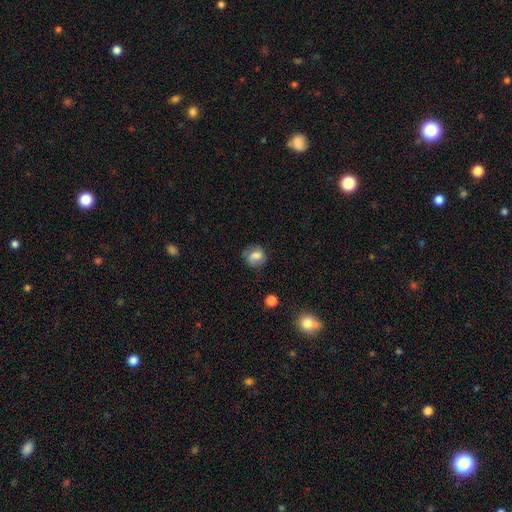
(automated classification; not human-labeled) smooth-or-featured: smooth: 71% | featured or disk: 19% | star or artifact: 10%
  how-rounded: round: 70% | in between: 29% | cigar-shaped: 1%
  merging: none: 65% | minor disturbance: 24% | major disturbance: 9% | merger: 3%